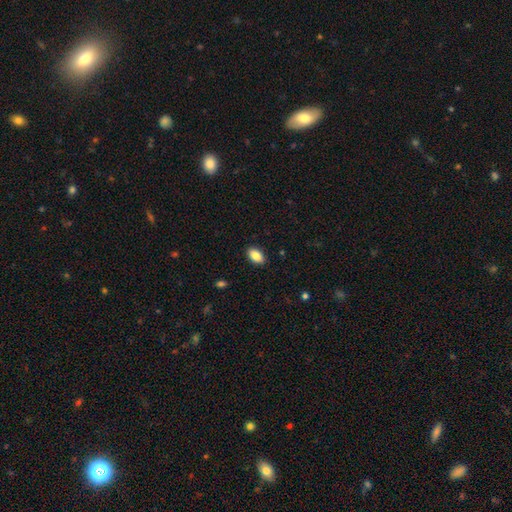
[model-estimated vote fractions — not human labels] smooth-or-featured: smooth: 88% | star or artifact: 7% | featured or disk: 5%
  how-rounded: in between: 92% | round: 5% | cigar-shaped: 2%
  merging: none: 89% | minor disturbance: 8% | major disturbance: 2% | merger: 1%